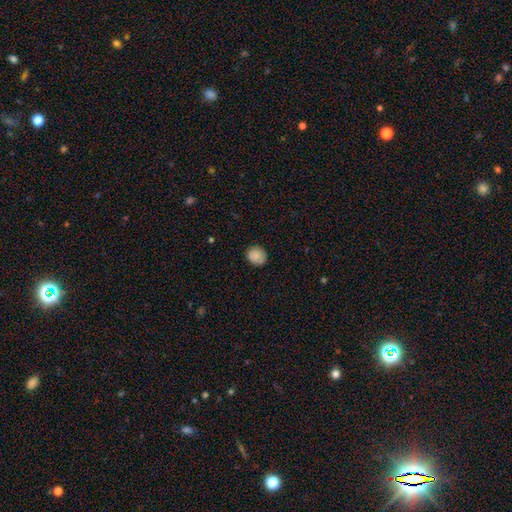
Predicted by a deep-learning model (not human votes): A smooth galaxy with no disk features (87%) that is round (73%).

Vote fractions:
- Smooth or featured? smooth: 87% / star or artifact: 9% / featured or disk: 5%
- How rounded? round: 73% / in between: 26% / cigar-shaped: 1%
- Merging? none: 83% / minor disturbance: 14% / major disturbance: 3% / merger: 1%